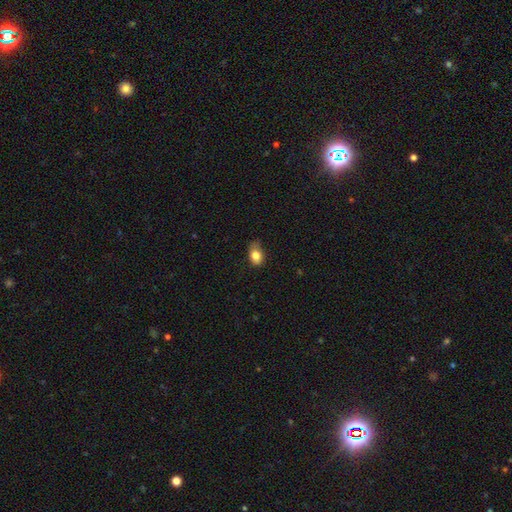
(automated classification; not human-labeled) Smooth or featured? Predicted: smooth (p=0.81). How rounded? Predicted: in between (p=0.72). Merging? Predicted: none (p=0.49).